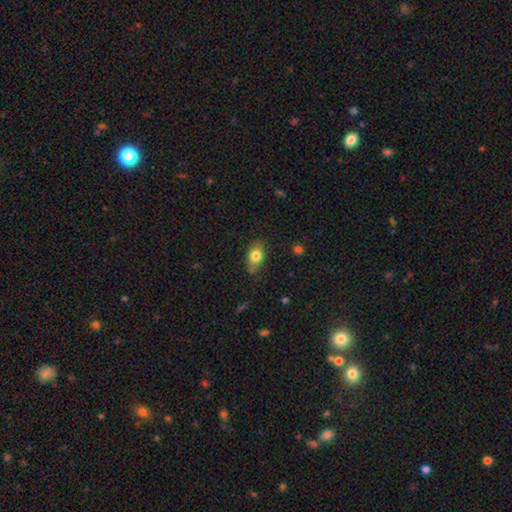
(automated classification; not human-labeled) This is likely a smooth galaxy (79%). How rounded: clearly in between (83%). Merging: likely none (74%).